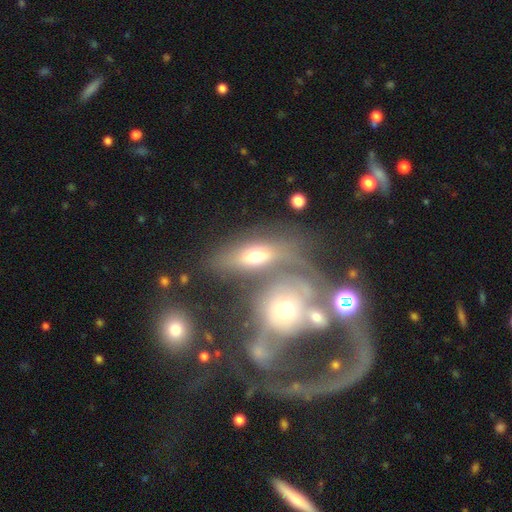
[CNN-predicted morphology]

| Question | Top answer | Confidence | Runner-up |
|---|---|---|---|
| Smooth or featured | smooth | 48% | featured or disk (41%) |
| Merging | merger | 46% | none (35%) |